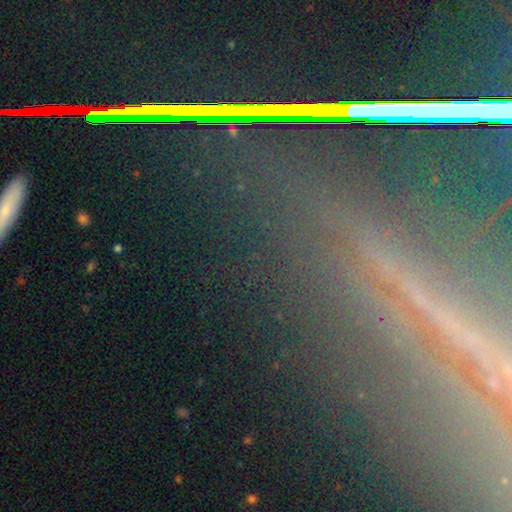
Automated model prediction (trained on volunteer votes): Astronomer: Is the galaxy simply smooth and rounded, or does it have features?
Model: star or artifact — 76%.